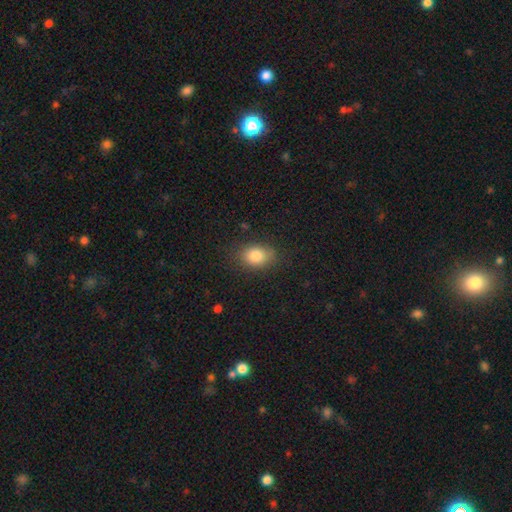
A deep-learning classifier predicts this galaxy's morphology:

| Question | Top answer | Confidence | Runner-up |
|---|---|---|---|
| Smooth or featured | smooth | 83% | star or artifact (10%) |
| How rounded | in between | 73% | round (26%) |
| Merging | none | 80% | minor disturbance (14%) |